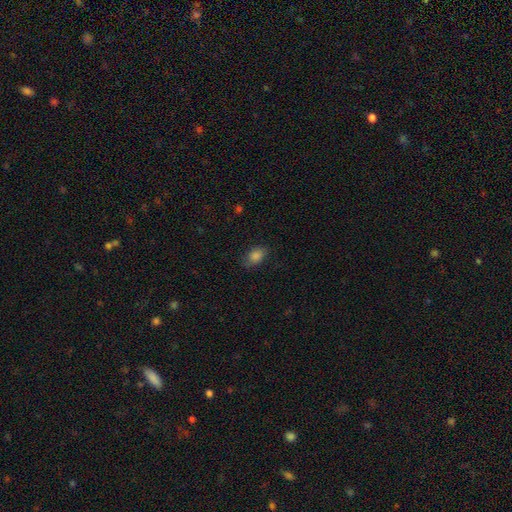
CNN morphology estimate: type=smooth (83%); roundness=in between (80%); merging=none (78%).